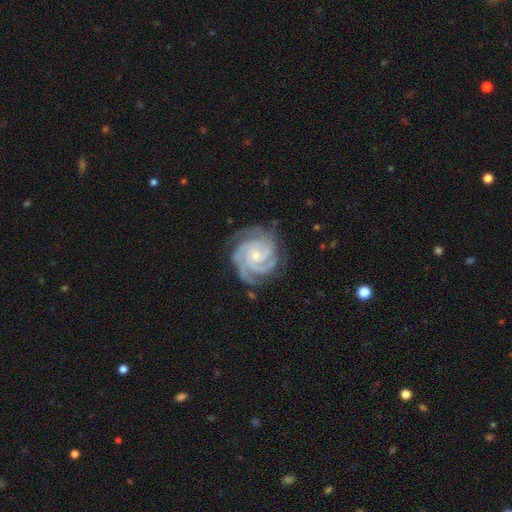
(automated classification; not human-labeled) featured or disk 93%, star or artifact 4%, smooth 3%. Down the decision tree: edge-on disk — no (98%); bar — no (67%); spiral arms — yes (99%); spiral arm count — 3 (46%); spiral winding — tight (76%); bulge size — small (70%); merging — none (77%).